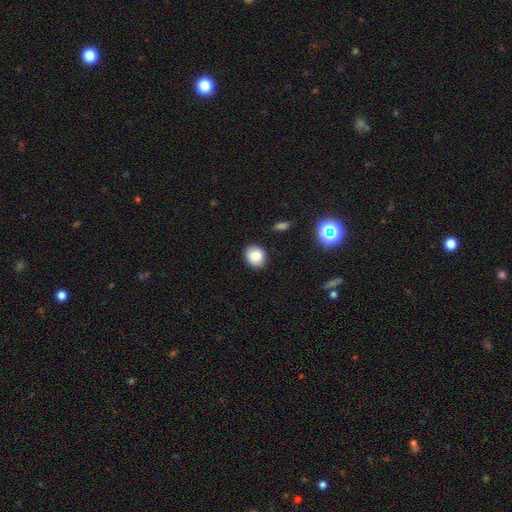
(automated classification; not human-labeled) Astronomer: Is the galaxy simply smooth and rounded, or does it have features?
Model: smooth — 84%.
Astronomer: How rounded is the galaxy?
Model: round — 65%.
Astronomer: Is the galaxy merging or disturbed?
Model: none — 86%.